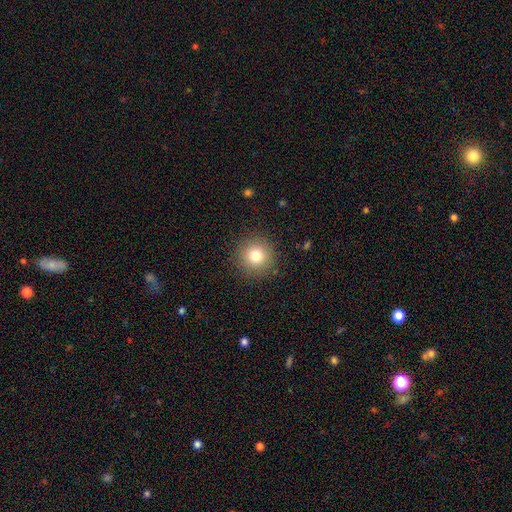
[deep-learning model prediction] A smooth galaxy with no disk features (79%) that is round (95%). Merging: none (90%).